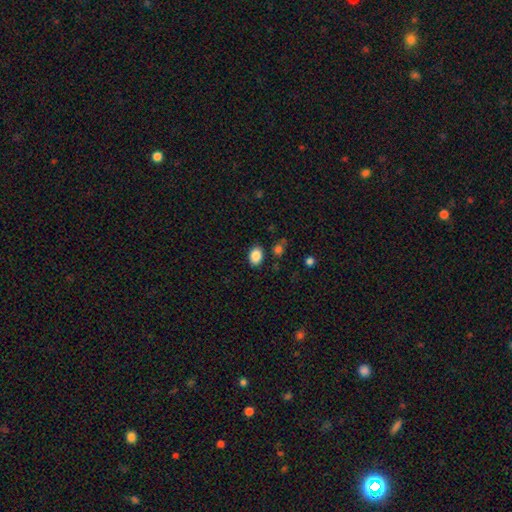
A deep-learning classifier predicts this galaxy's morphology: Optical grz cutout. It shows a smooth galaxy with no disk features (88%) that is in between round and cigar-shaped (78%). Merging: none (85%).